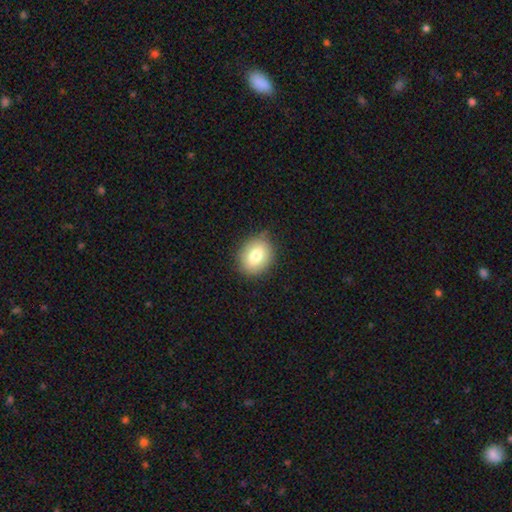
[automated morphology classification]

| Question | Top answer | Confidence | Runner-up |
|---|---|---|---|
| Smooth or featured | smooth | 77% | featured or disk (14%) |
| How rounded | in between | 57% | round (42%) |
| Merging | none | 83% | minor disturbance (13%) |